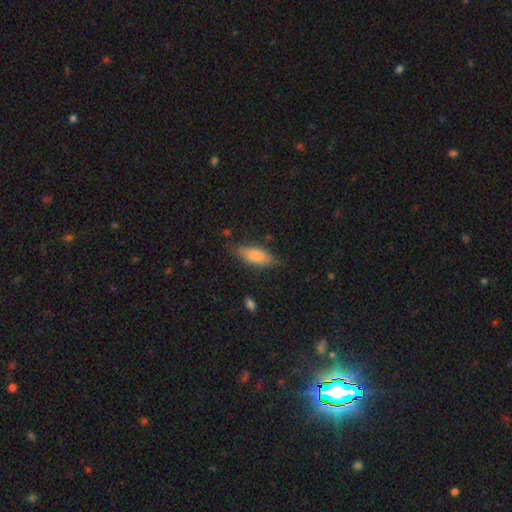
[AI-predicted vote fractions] A smooth galaxy with no disk features (81%) that is in between round and cigar-shaped (75%).

Vote fractions:
- Smooth or featured? smooth: 81% / featured or disk: 12% / star or artifact: 7%
- How rounded? in between: 75% / cigar-shaped: 23% / round: 2%
- Merging? none: 69% / minor disturbance: 23% / major disturbance: 6% / merger: 2%